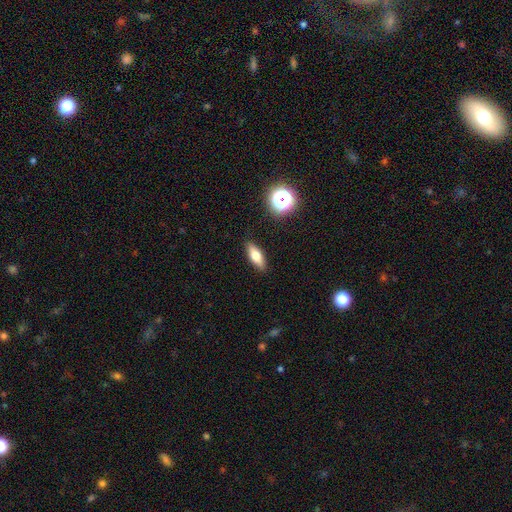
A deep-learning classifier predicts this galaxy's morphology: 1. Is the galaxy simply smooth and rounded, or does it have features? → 64% smooth, 27% featured or disk, 9% star or artifact.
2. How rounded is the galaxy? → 62% in between, 34% cigar-shaped, 5% round.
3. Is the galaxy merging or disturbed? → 89% none, 8% minor disturbance, 2% major disturbance, 1% merger.